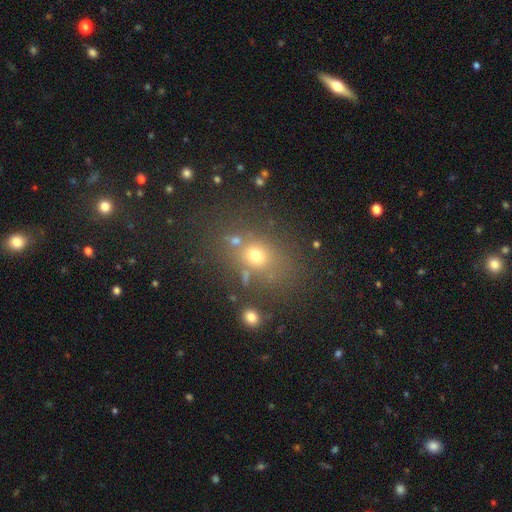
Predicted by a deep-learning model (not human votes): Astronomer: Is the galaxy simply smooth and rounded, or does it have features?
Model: smooth — 64%.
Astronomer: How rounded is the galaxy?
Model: in between — 50% (runner-up: round, 48%).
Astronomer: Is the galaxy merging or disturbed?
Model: none — 70%.